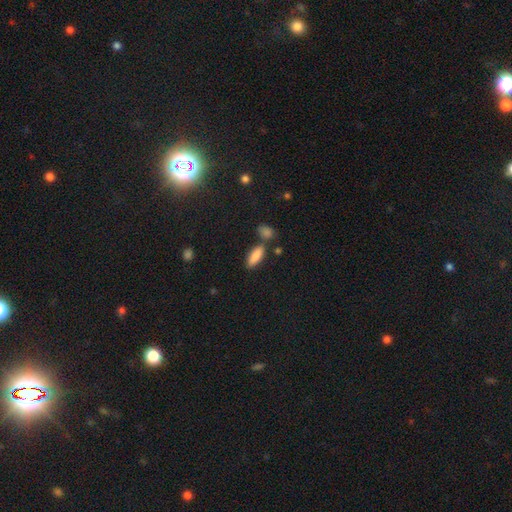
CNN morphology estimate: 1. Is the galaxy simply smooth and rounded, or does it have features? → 85% smooth, 8% featured or disk, 7% star or artifact.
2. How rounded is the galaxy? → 68% in between, 30% cigar-shaped, 3% round.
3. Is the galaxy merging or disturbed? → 70% none, 14% merger, 13% minor disturbance, 3% major disturbance.